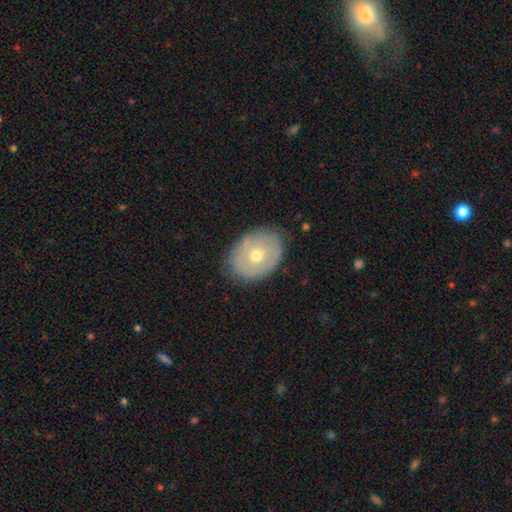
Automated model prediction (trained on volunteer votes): Morphology: type=smooth (51%); roundness=in between (64%); merging=none (82%).